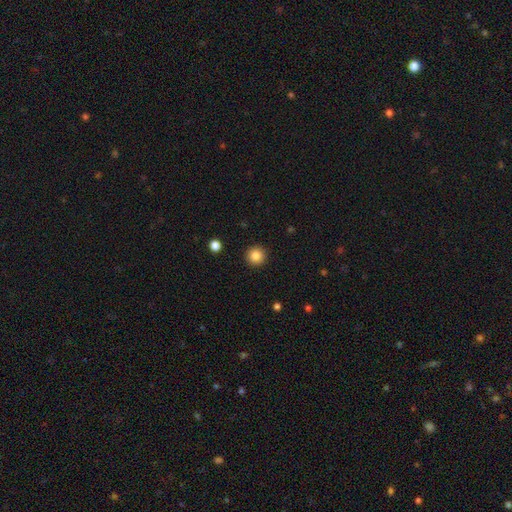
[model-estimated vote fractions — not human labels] Smooth or featured?
  - smooth: 84% *
  - star or artifact: 10%
  - featured or disk: 5%
How rounded?
  - round: 96% *
  - in between: 3%
  - cigar-shaped: 1%
Merging?
  - none: 93% *
  - minor disturbance: 4%
  - major disturbance: 2%
  - merger: 1%